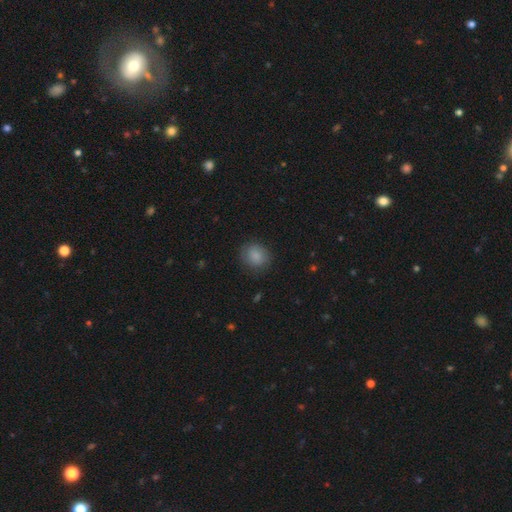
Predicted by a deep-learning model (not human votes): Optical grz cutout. It shows a smooth galaxy with no disk features (86%) that is round (77%). Merging: none (83%).